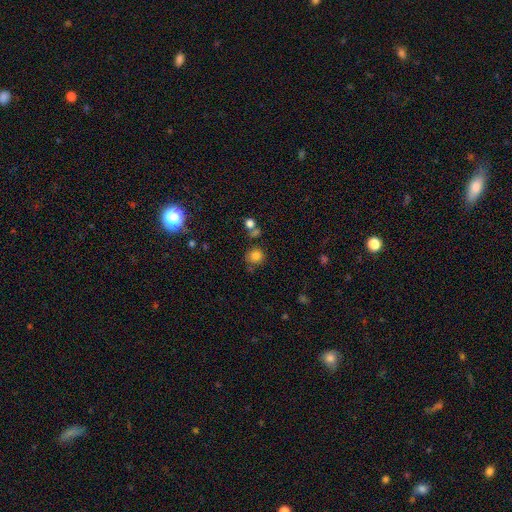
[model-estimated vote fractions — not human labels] A smooth galaxy with no disk features (80%) that is round (88%).

Vote fractions:
- Smooth or featured? smooth: 80% / star or artifact: 13% / featured or disk: 7%
- How rounded? round: 88% / in between: 11% / cigar-shaped: 1%
- Merging? none: 72% / minor disturbance: 14% / merger: 10% / major disturbance: 5%